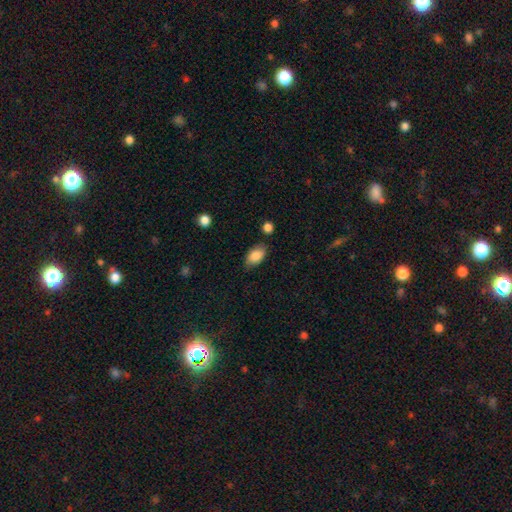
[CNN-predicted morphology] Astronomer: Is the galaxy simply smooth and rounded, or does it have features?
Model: smooth — 86%.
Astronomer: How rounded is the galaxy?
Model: in between — 92%.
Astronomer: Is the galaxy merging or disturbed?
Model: none — 76%.